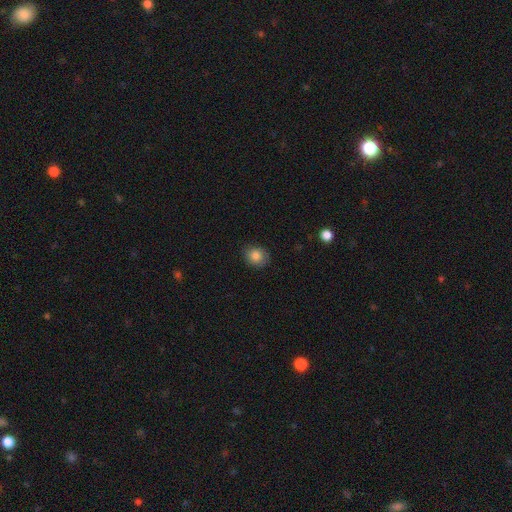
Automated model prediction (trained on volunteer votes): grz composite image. It shows a smooth galaxy with no disk features (84%) that is round (72%). Merging: none (86%).